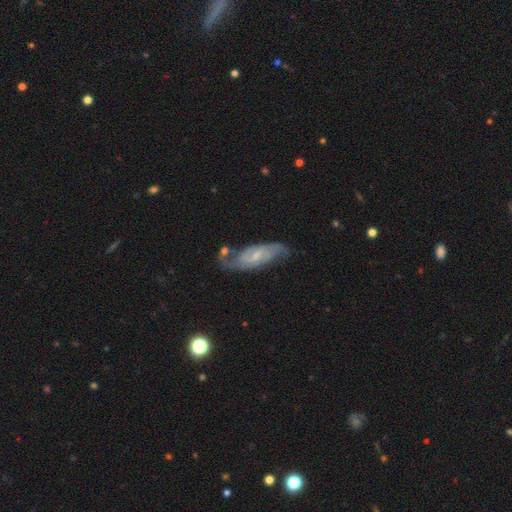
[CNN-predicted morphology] type=featured or disk (80%); edge-on=no (92%); bar=weak (51%); spiral arms=yes (94%); winding=medium (48%); arm count=2 (80%); bulge=small (62%); merging=none (62%).